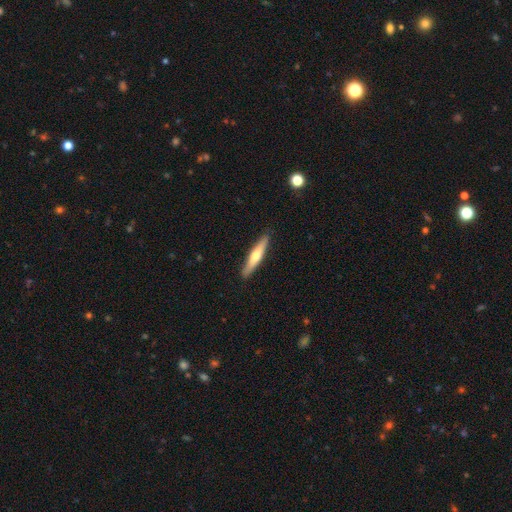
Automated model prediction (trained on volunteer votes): Smooth or featured? smooth (49%)
Merging? none (90%)